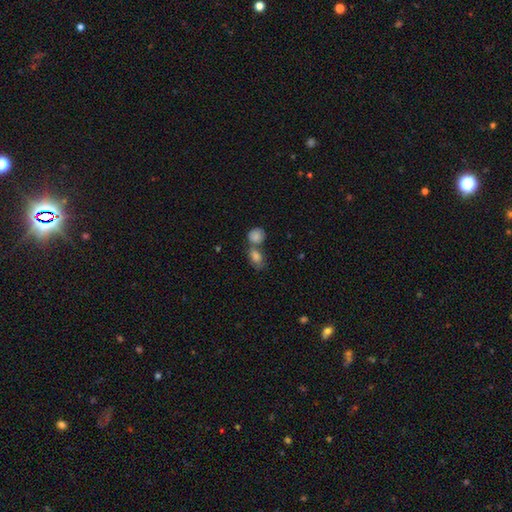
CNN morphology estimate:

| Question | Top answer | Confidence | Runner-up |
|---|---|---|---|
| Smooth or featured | smooth | 58% | star or artifact (25%) |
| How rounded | in between | 60% | round (33%) |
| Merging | none | 48% | merger (37%) |